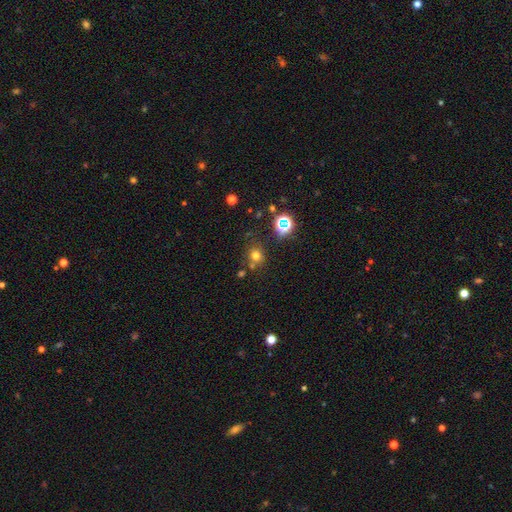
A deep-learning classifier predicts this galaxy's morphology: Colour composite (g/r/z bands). It shows a smooth galaxy with no disk features (67%) that is round (84%). Merging: none (72%).